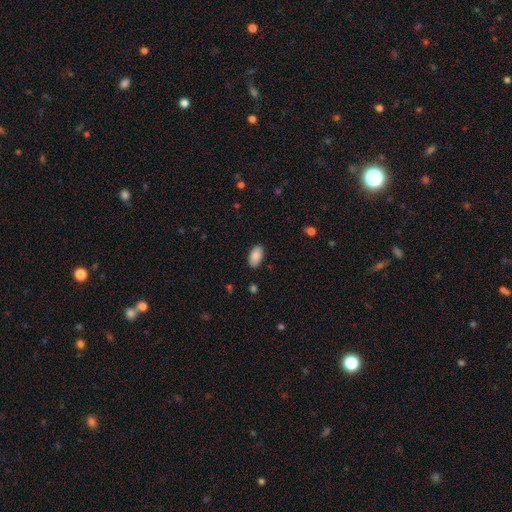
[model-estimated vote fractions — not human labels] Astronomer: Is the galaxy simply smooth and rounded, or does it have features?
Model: smooth — 89%.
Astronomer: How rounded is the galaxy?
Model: in between — 95%.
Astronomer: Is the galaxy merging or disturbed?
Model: none — 88%.